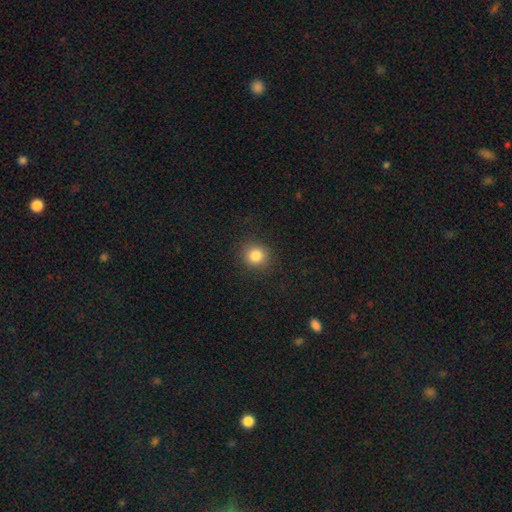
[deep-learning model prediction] Morphology: type=smooth (84%); roundness=round (90%); merging=none (90%).